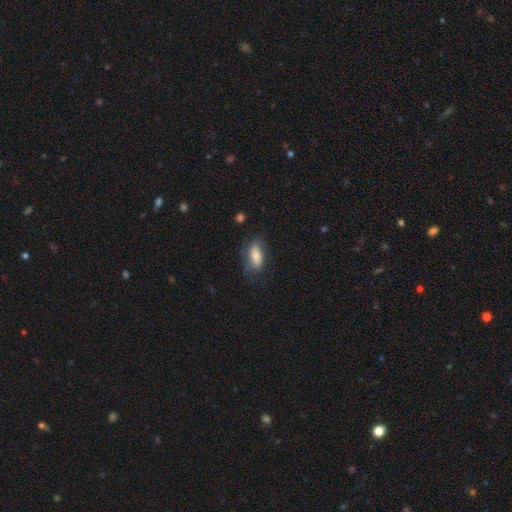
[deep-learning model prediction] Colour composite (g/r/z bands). It shows a smooth galaxy with no disk features (72%) that is in between round and cigar-shaped (83%). Merging: none (61%).